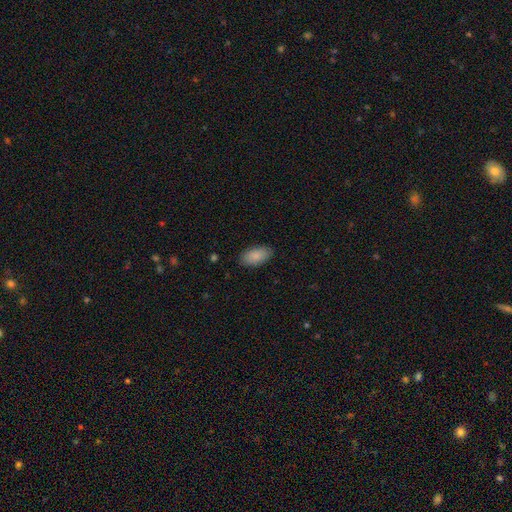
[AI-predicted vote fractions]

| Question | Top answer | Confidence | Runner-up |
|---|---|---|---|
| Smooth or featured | smooth | 89% | star or artifact (6%) |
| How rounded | in between | 94% | cigar-shaped (4%) |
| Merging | none | 87% | minor disturbance (9%) |